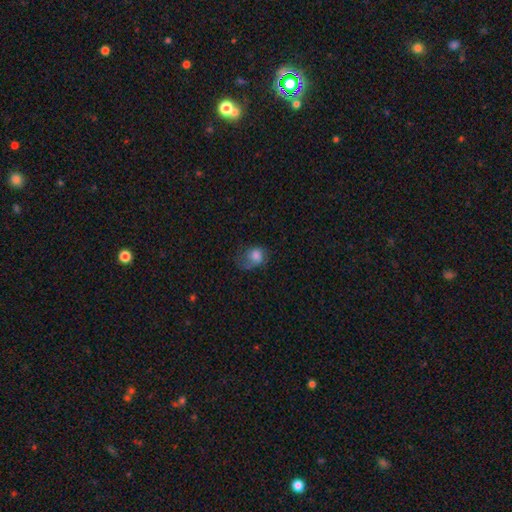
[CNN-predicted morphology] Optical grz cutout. It shows a smooth galaxy with no disk features (74%) that is round (50%). Merging: major disturbance (34%).